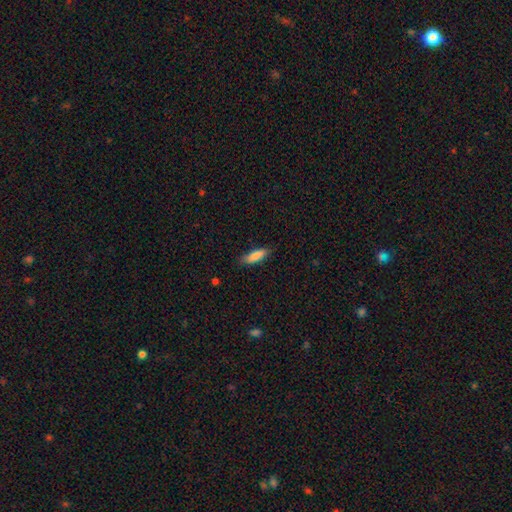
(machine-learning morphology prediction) Q: Smooth or featured?
A: smooth (87%); runner-up: featured or disk (7%)
Q: How rounded?
A: cigar-shaped (50%); runner-up: in between (48%)
Q: Merging?
A: none (82%); runner-up: minor disturbance (14%)